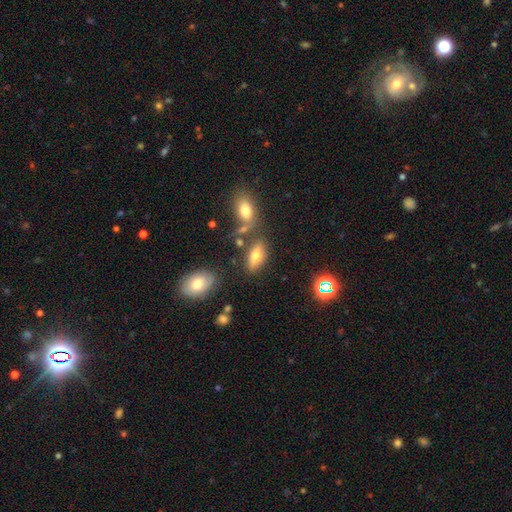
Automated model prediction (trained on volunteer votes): Smooth or featured?
  - smooth: 64% *
  - featured or disk: 24%
  - star or artifact: 12%
How rounded?
  - in between: 79% *
  - cigar-shaped: 16%
  - round: 5%
Merging?
  - none: 69% *
  - minor disturbance: 14%
  - merger: 12%
  - major disturbance: 5%